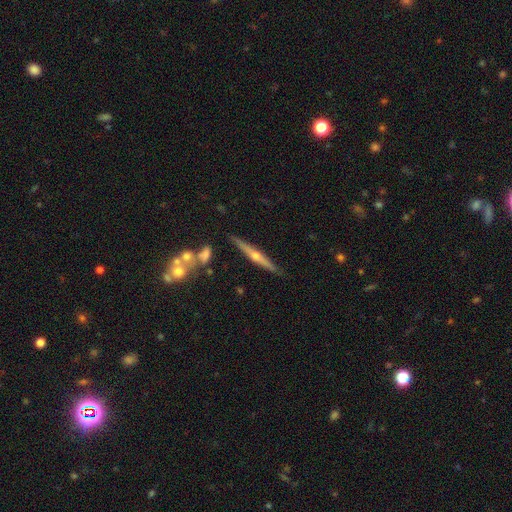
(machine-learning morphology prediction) Q: Smooth or featured?
A: featured or disk (73%); runner-up: smooth (21%)
Q: Edge-on disk?
A: yes (97%); runner-up: no (3%)
Q: Edge-on bulge?
A: rounded (88%); runner-up: none (9%)
Q: Merging?
A: none (86%); runner-up: minor disturbance (8%)